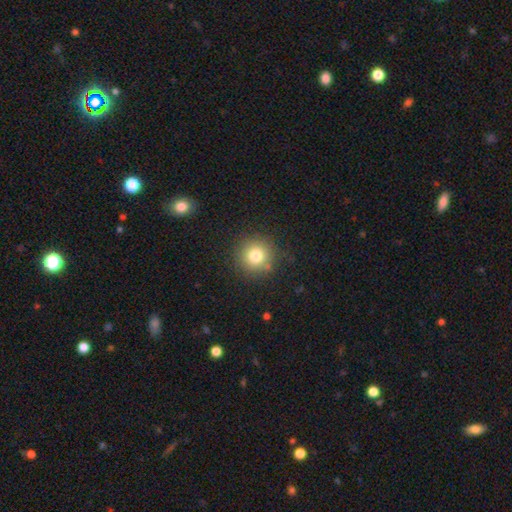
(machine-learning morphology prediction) Smooth or featured: smooth — 78% (star or artifact — 13%)
How rounded: round — 94% (in between — 5%)
Merging: none — 86% (minor disturbance — 9%)